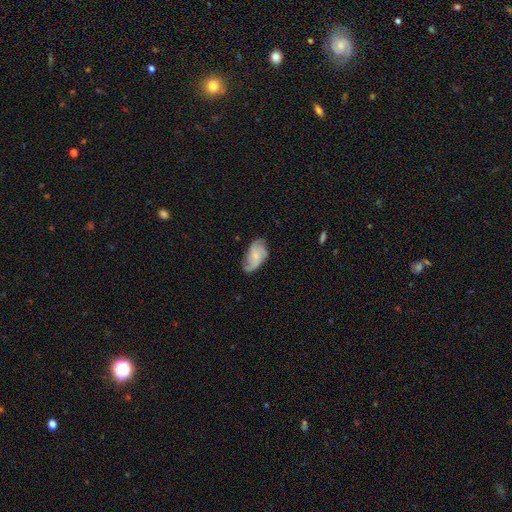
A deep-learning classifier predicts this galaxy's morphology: A featured or disk galaxy (64%) with no bar (68%), 3 (37%) medium (44%) spiral arms (92%) and a small central bulge (61%). Merging: none (64%).